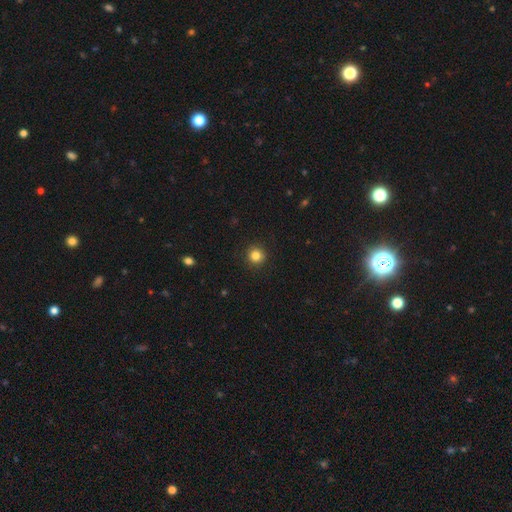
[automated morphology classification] Smooth or featured?
  - smooth: 84% *
  - star or artifact: 12%
  - featured or disk: 5%
How rounded?
  - round: 95% *
  - in between: 5%
  - cigar-shaped: 1%
Merging?
  - none: 92% *
  - minor disturbance: 5%
  - major disturbance: 2%
  - merger: 1%